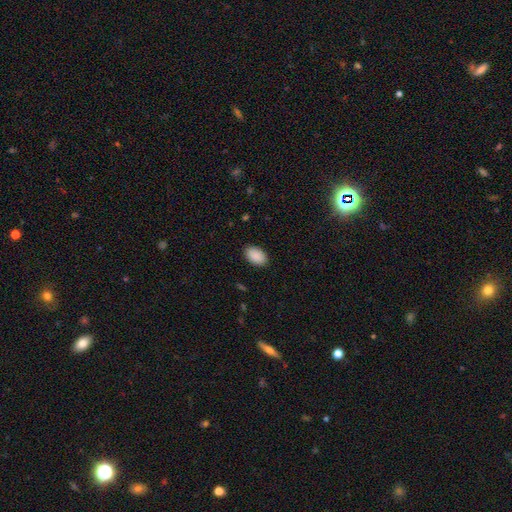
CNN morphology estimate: This appears to be a smooth galaxy with no disk features (91%) that is in between round and cigar-shaped (92%). Merging: none (89%).